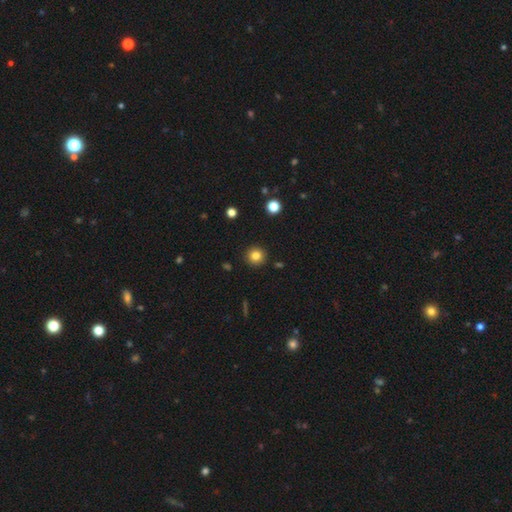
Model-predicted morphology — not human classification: smooth-or-featured: smooth: 82% | star or artifact: 11% | featured or disk: 6%
  how-rounded: round: 94% | in between: 5% | cigar-shaped: 1%
  merging: none: 91% | minor disturbance: 6% | major disturbance: 2% | merger: 2%